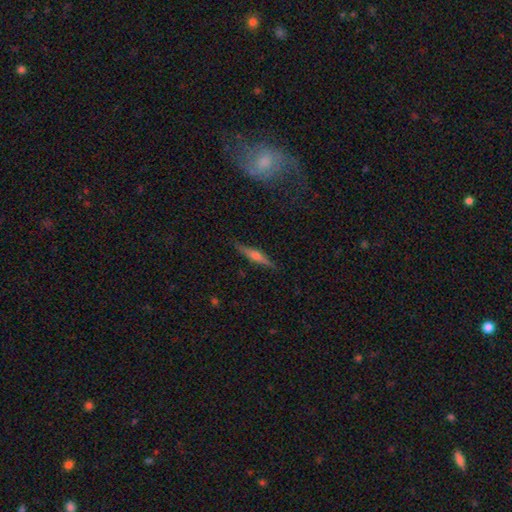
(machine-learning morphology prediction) Smooth or featured?
  - featured or disk: 64% *
  - smooth: 28%
  - star or artifact: 7%
Edge-on disk?
  - yes: 97% *
  - no: 3%
Edge-on bulge?
  - rounded: 81% *
  - boxy: 10%
  - none: 8%
Merging?
  - none: 88% *
  - minor disturbance: 9%
  - major disturbance: 2%
  - merger: 1%